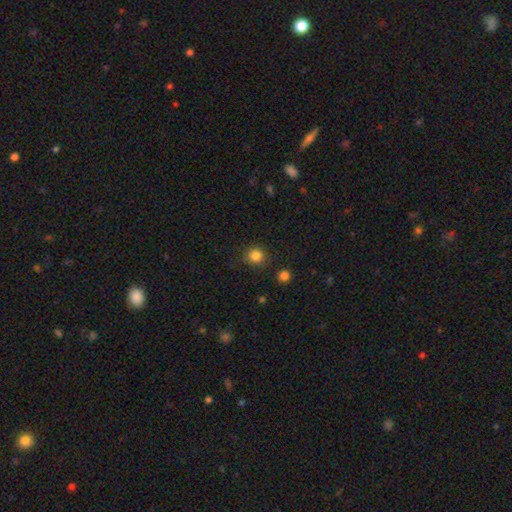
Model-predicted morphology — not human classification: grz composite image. It shows a smooth galaxy with no disk features (83%) that is round (92%). Merging: none (86%).